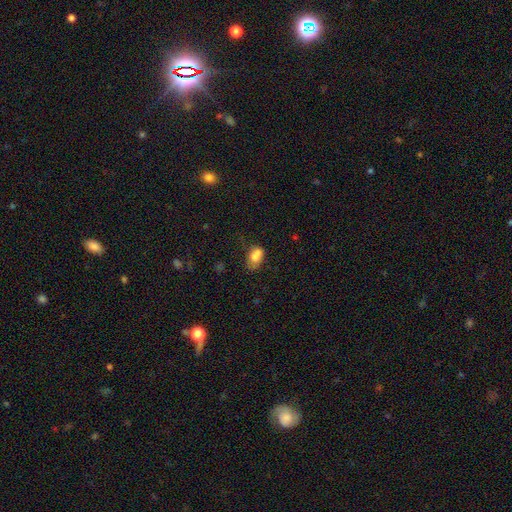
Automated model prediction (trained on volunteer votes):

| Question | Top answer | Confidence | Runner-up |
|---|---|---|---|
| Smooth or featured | smooth | 75% | featured or disk (15%) |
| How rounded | in between | 85% | round (13%) |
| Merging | none | 39% | minor disturbance (30%) |